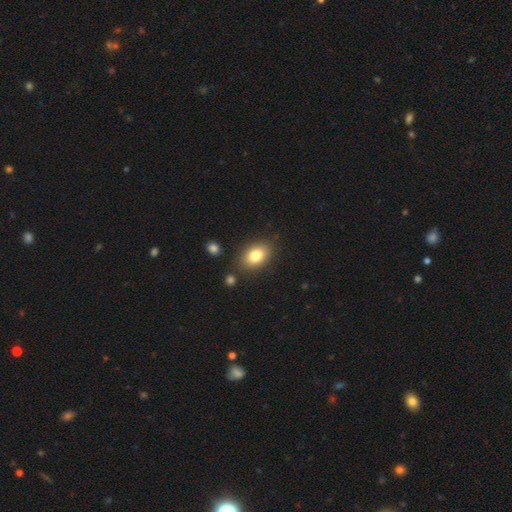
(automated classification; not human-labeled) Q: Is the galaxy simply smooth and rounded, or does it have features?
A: smooth — 81%.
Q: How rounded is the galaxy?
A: in between — 82%.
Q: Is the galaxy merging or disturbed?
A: none — 82%.